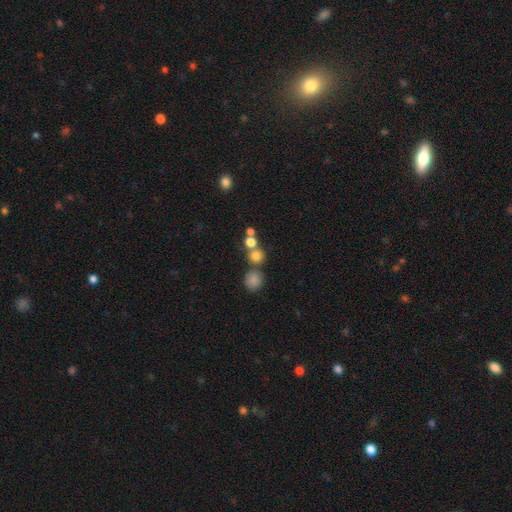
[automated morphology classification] A smooth galaxy with no disk features (75%) that is round (86%).

Vote fractions:
- Smooth or featured? smooth: 75% / star or artifact: 16% / featured or disk: 9%
- How rounded? round: 86% / in between: 12% / cigar-shaped: 1%
- Merging? none: 55% / merger: 33% / minor disturbance: 7% / major disturbance: 4%